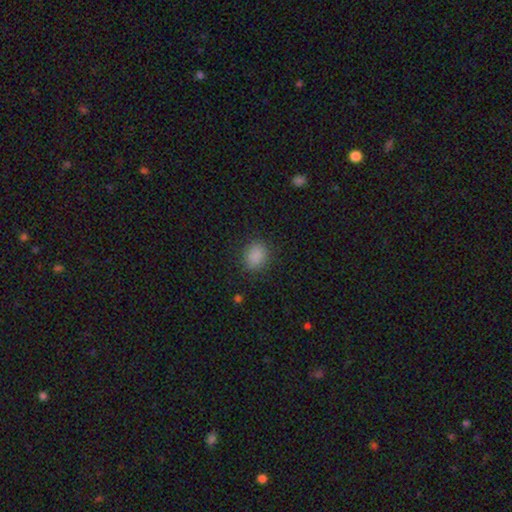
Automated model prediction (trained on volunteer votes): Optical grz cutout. It shows a smooth galaxy with no disk features (87%) that is round (58%). Merging: none (86%).